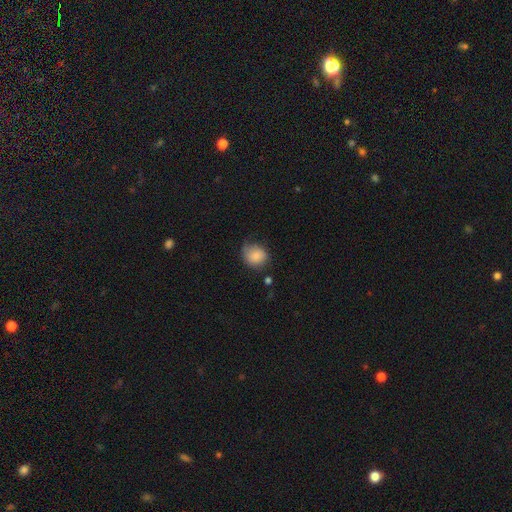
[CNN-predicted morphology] Q: Smooth or featured?
A: smooth (81%); runner-up: featured or disk (10%)
Q: How rounded?
A: round (72%); runner-up: in between (27%)
Q: Merging?
A: none (55%); runner-up: minor disturbance (32%)